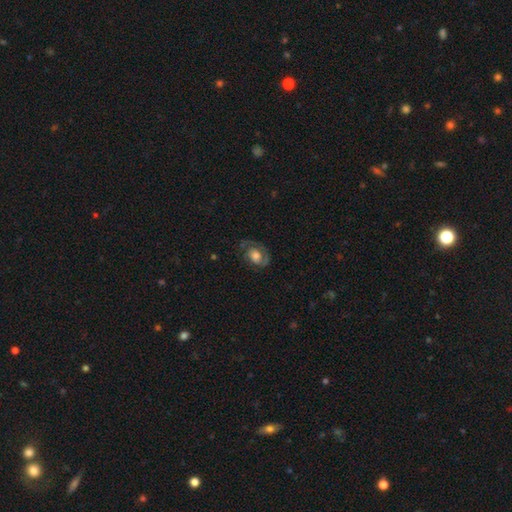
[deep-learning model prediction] Overall: featured or disk (59%; smooth 33%). Edge-on disk: no (96%). Bar: no (75%). Spiral arms: yes (81%). Bulge size: moderate (48%; large 31%). Merging: none (58%; minor disturbance 22%).